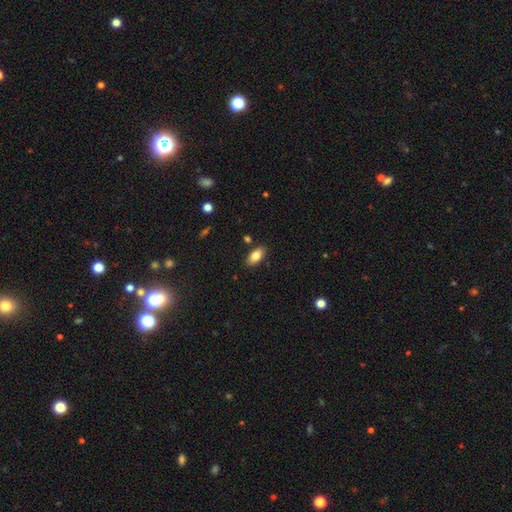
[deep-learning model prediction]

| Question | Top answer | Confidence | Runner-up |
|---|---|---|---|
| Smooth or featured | smooth | 81% | featured or disk (11%) |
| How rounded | in between | 91% | cigar-shaped (6%) |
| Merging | none | 85% | minor disturbance (10%) |